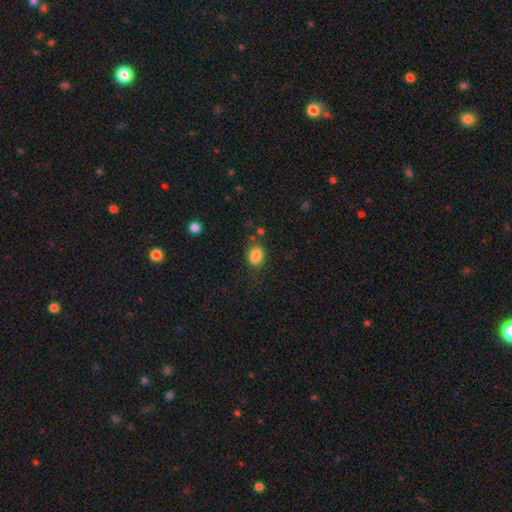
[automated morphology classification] smooth_or_featured: smooth (p=0.86) [alt: star or artifact p=0.10]
how_rounded: in between (p=0.72) [alt: round p=0.26]
merging: none (p=0.70) [alt: minor disturbance p=0.19]